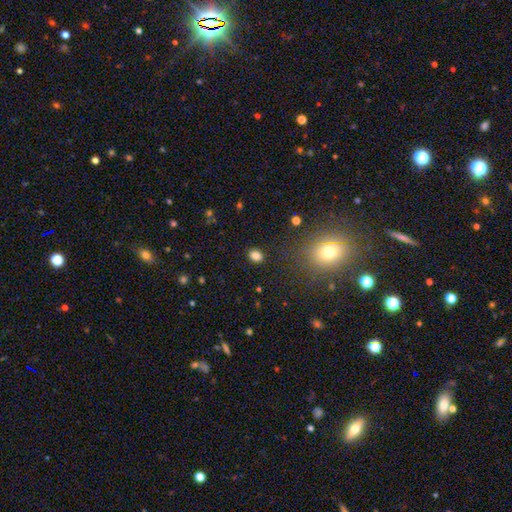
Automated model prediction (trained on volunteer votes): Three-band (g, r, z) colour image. It shows a smooth galaxy with no disk features (82%) that is in between round and cigar-shaped (55%). Merging: none (87%).